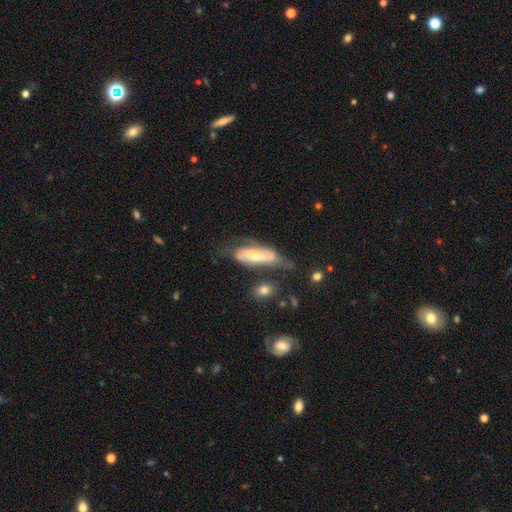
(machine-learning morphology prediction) Q: Smooth or featured?
A: featured or disk (53%); runner-up: smooth (40%)
Q: Edge-on disk?
A: no (78%); runner-up: yes (22%)
Q: Merging?
A: none (38%); runner-up: minor disturbance (31%)